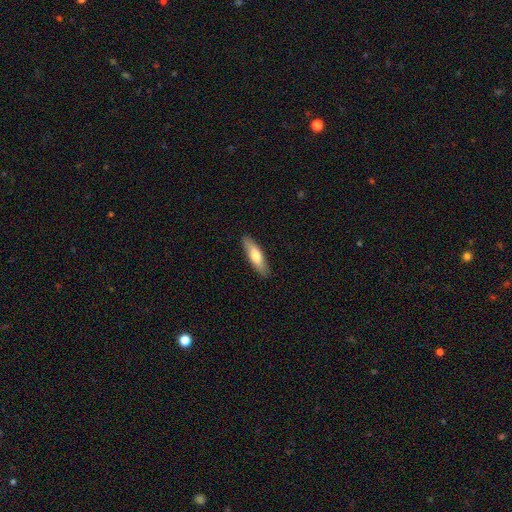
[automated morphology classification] Smooth or featured: smooth — 68% (featured or disk — 27%)
How rounded: cigar-shaped — 60% (in between — 38%)
Merging: none — 89% (minor disturbance — 8%)